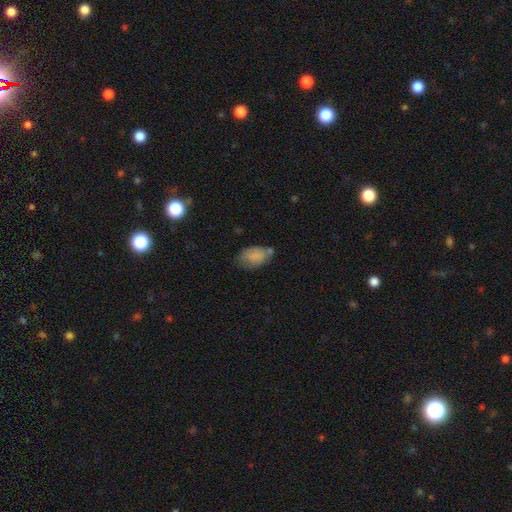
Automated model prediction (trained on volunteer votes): Q: Smooth or featured?
A: smooth (81%); runner-up: featured or disk (11%)
Q: How rounded?
A: in between (89%); runner-up: round (9%)
Q: Merging?
A: none (50%); runner-up: minor disturbance (30%)